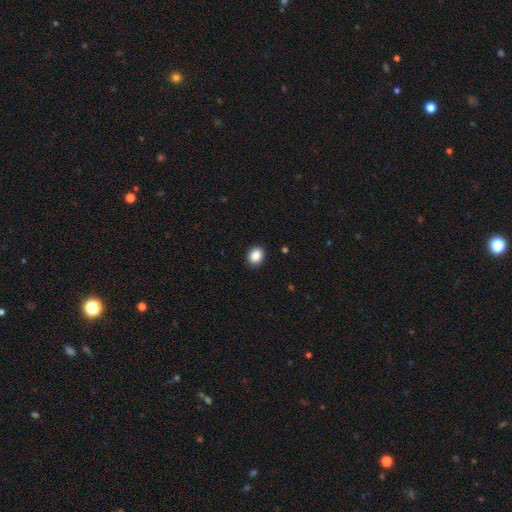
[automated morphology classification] type=smooth (88%); roundness=in between (51%); merging=none (90%).